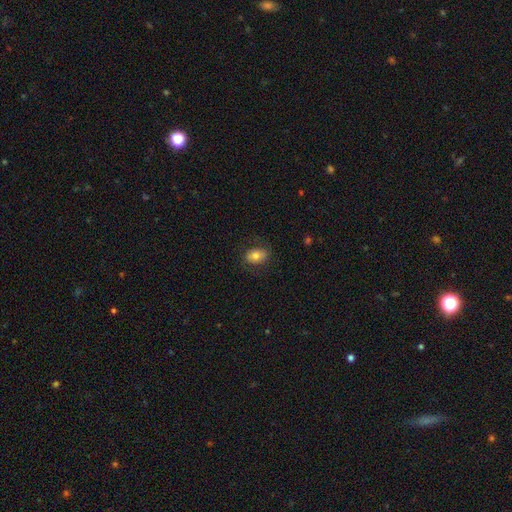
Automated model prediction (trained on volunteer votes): Smooth or featured?
  - smooth: 75% *
  - featured or disk: 17%
  - star or artifact: 8%
How rounded?
  - in between: 82% *
  - round: 17%
  - cigar-shaped: 1%
Merging?
  - none: 78% *
  - minor disturbance: 15%
  - major disturbance: 6%
  - merger: 1%